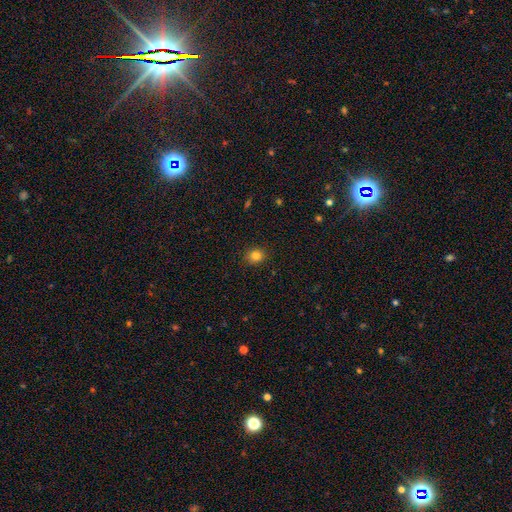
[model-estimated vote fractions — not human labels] A smooth galaxy with no disk features (83%) that is round (78%).

Vote fractions:
- Smooth or featured? smooth: 83% / star or artifact: 12% / featured or disk: 5%
- How rounded? round: 78% / in between: 21% / cigar-shaped: 1%
- Merging? none: 90% / minor disturbance: 7% / major disturbance: 2% / merger: 1%